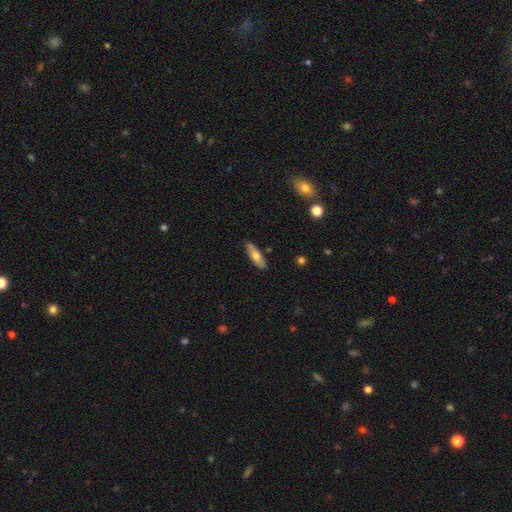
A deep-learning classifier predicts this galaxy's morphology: This appears to be a smooth galaxy with no disk features (63%) that is cigar-shaped (50%). Merging: none (84%).